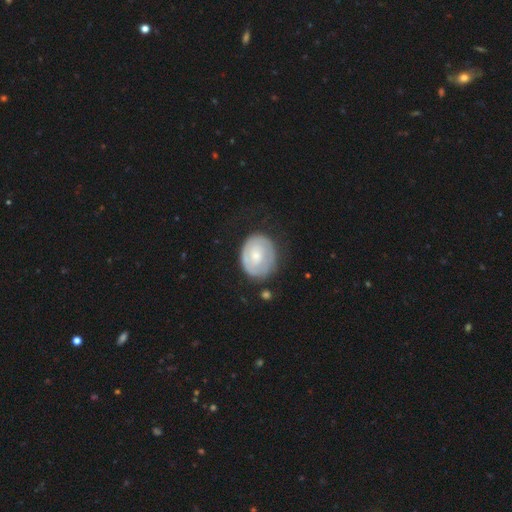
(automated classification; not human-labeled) Smooth or featured?
  - featured or disk: 58% *
  - smooth: 36%
  - star or artifact: 5%
Edge-on disk?
  - no: 97% *
  - yes: 3%
Bar?
  - no: 76% *
  - weak: 20%
  - strong: 4%
Spiral arms?
  - yes: 64% *
  - no: 36%
Bulge size?
  - small: 61% *
  - moderate: 33%
  - large: 3%
  - none: 2%
  - dominant: 1%
Merging?
  - none: 70% *
  - minor disturbance: 20%
  - major disturbance: 8%
  - merger: 2%